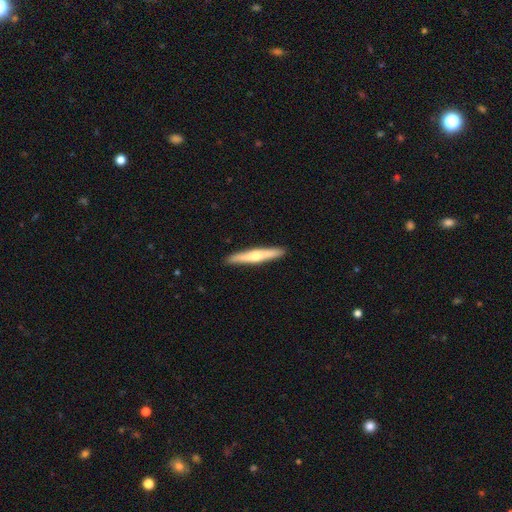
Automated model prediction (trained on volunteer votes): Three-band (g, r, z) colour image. It shows a featured or disk galaxy (56%) viewed edge-on (96%) with a rounded central bulge (88%). Merging: none (92%).